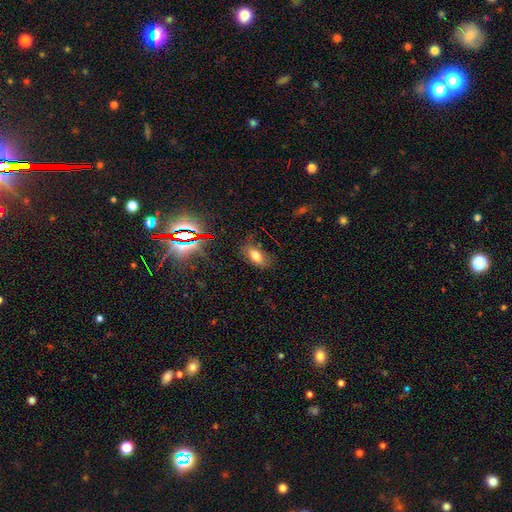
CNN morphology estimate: A smooth galaxy with no disk features (70%) that is in between round and cigar-shaped (89%).

Vote fractions:
- Smooth or featured? smooth: 70% / star or artifact: 16% / featured or disk: 14%
- How rounded? in between: 89% / cigar-shaped: 6% / round: 5%
- Merging? none: 64% / minor disturbance: 23% / major disturbance: 11% / merger: 2%